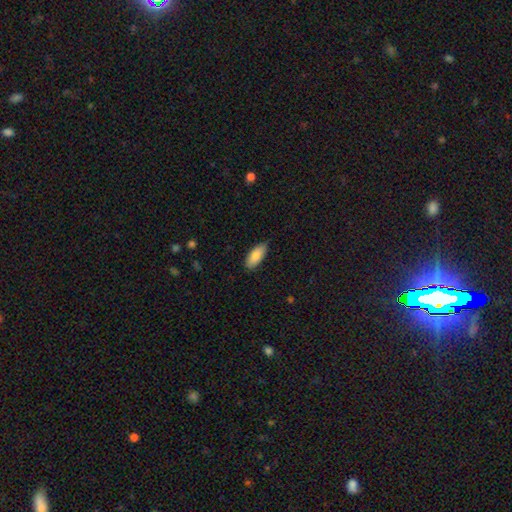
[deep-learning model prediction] The model was most divided on "how rounded": in between: 85%, cigar-shaped: 13%, round: 2%. More confident: smooth or featured — smooth (86%); merging — none (86%).